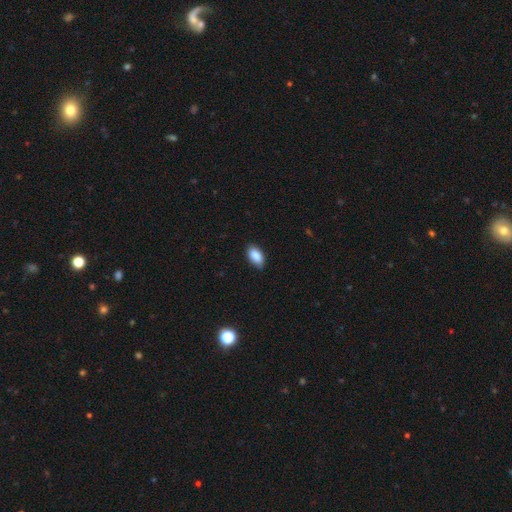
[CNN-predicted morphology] Smooth or featured: smooth — 88% (star or artifact — 7%)
How rounded: in between — 94% (round — 4%)
Merging: none — 84% (minor disturbance — 13%)